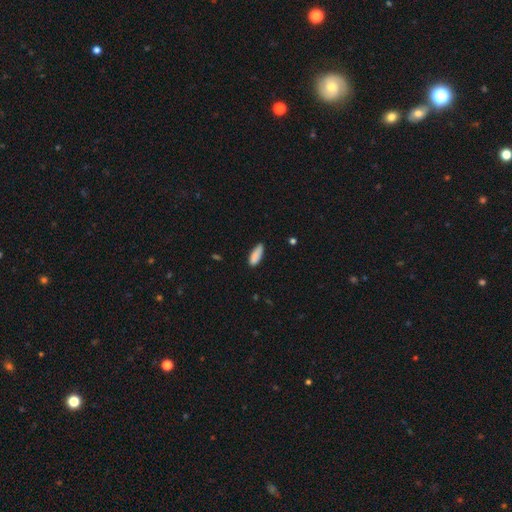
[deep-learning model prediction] Morphology: type=smooth (88%); roundness=in between (70%); merging=none (76%).